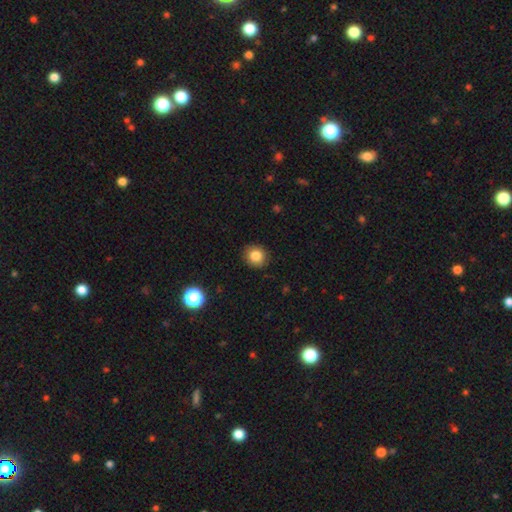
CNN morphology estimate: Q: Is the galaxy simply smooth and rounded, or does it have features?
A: smooth — 83%.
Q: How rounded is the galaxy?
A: round — 84%.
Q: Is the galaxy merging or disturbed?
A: none — 89%.